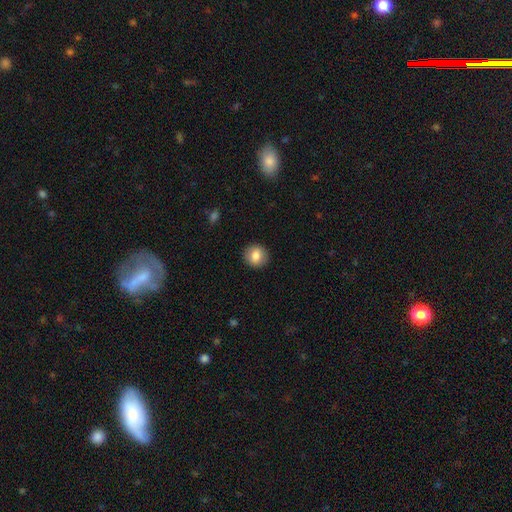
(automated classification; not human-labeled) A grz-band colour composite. It shows a smooth galaxy with no disk features (83%) that is round (87%). Merging: none (91%).